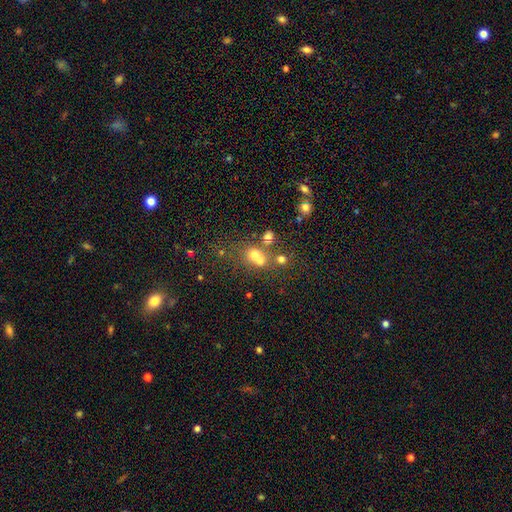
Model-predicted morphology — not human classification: Smooth or featured? Predicted: smooth (p=0.59). How rounded? Predicted: round (p=0.66). Merging? Predicted: merger (p=0.47).